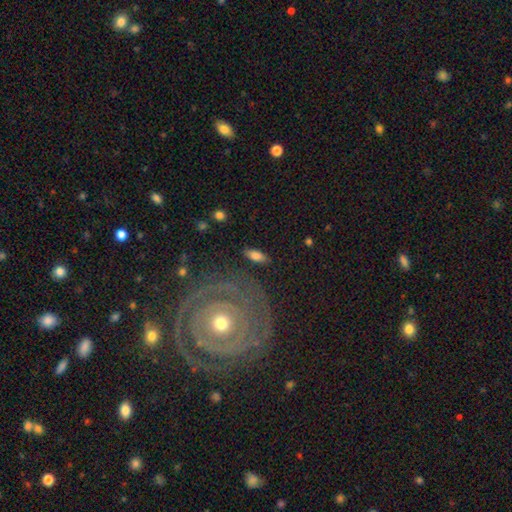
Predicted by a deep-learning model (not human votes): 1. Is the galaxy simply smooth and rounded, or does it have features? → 76% smooth, 17% featured or disk, 7% star or artifact.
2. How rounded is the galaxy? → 81% in between, 15% cigar-shaped, 3% round.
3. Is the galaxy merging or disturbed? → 85% none, 10% minor disturbance, 4% major disturbance, 2% merger.